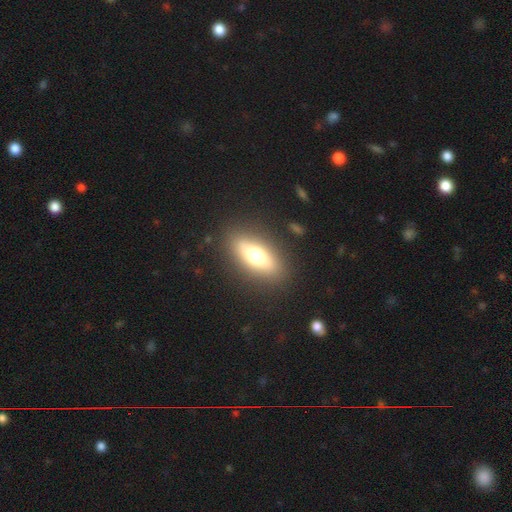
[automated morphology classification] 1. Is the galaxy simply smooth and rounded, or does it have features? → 55% smooth, 36% featured or disk, 9% star or artifact.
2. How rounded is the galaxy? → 67% in between, 27% cigar-shaped, 6% round.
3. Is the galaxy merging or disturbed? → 86% none, 9% minor disturbance, 3% major disturbance, 1% merger.